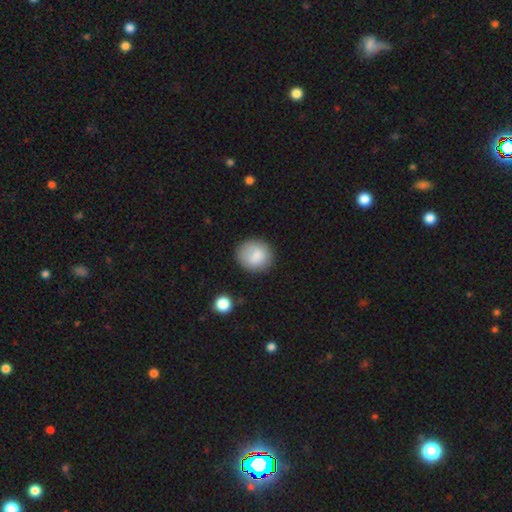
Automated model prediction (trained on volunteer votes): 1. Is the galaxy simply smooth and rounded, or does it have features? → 83% smooth, 9% featured or disk, 8% star or artifact.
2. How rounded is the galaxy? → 79% round, 20% in between, 1% cigar-shaped.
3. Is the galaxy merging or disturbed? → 80% none, 14% minor disturbance, 4% major disturbance, 2% merger.